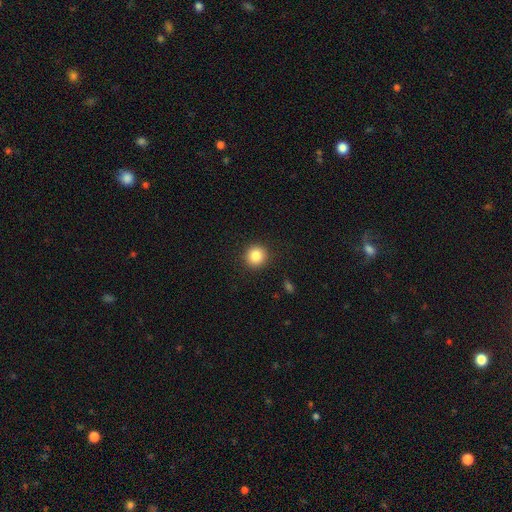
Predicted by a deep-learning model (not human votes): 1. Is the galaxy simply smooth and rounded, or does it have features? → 86% smooth, 9% star or artifact, 5% featured or disk.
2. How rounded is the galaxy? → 93% round, 6% in between, 1% cigar-shaped.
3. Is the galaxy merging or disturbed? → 91% none, 6% minor disturbance, 2% major disturbance, 1% merger.